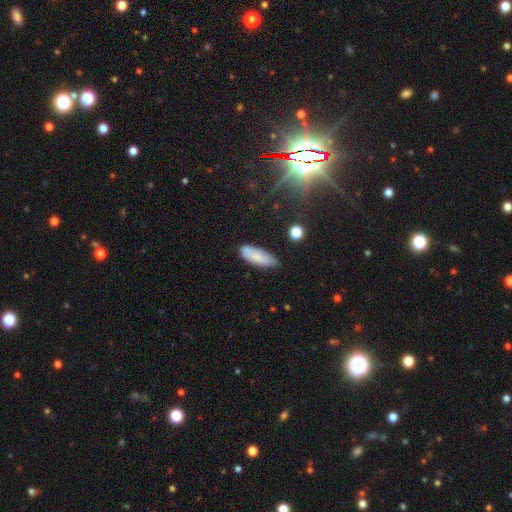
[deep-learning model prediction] A smooth galaxy with no disk features (78%) that is in between round and cigar-shaped (65%). Merging: none (70%).